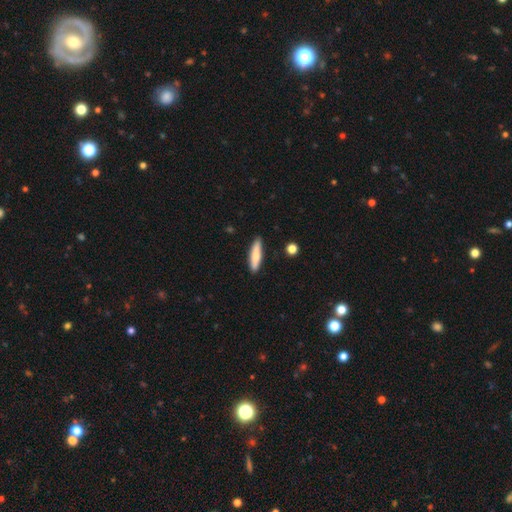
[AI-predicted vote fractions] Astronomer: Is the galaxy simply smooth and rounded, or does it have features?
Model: smooth — 74%.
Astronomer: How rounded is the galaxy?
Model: cigar-shaped — 78%.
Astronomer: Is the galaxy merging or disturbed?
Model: none — 87%.